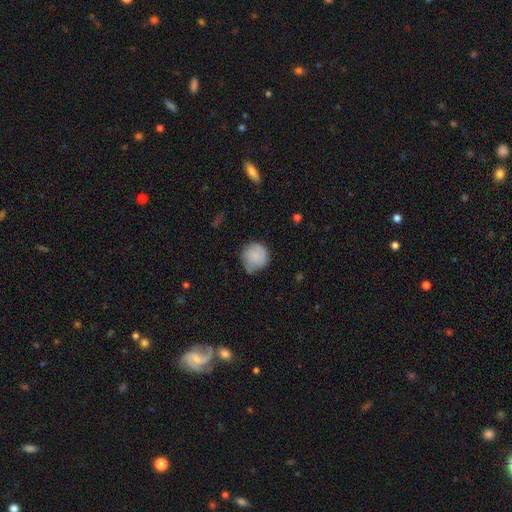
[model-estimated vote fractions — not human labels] Smooth or featured? Predicted: smooth (p=0.70). How rounded? Predicted: round (p=0.90). Merging? Predicted: none (p=0.62).